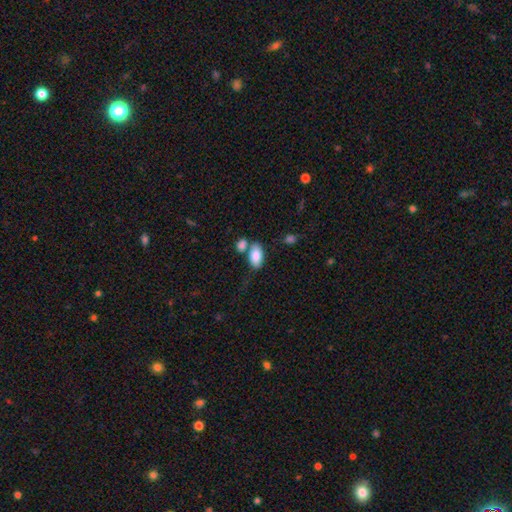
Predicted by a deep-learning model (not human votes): Smooth or featured?
  - smooth: 84% *
  - featured or disk: 9%
  - star or artifact: 7%
How rounded?
  - in between: 93% *
  - round: 4%
  - cigar-shaped: 3%
Merging?
  - none: 49% *
  - merger: 28%
  - minor disturbance: 17%
  - major disturbance: 6%